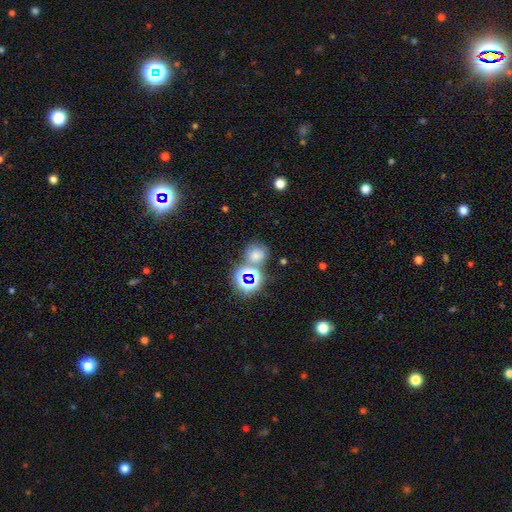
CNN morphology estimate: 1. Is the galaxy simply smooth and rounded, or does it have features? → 61% smooth, 31% star or artifact, 9% featured or disk.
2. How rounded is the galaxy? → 80% round, 19% in between, 1% cigar-shaped.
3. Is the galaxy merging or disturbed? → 61% none, 23% merger, 11% minor disturbance, 5% major disturbance.